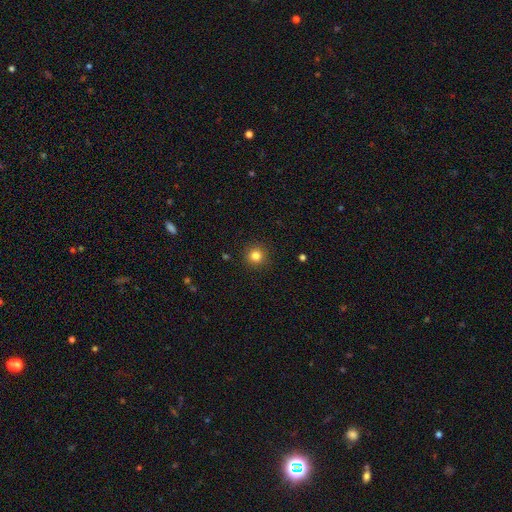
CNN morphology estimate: This appears to be a smooth galaxy with no disk features (82%) that is round (94%). Merging: none (91%).